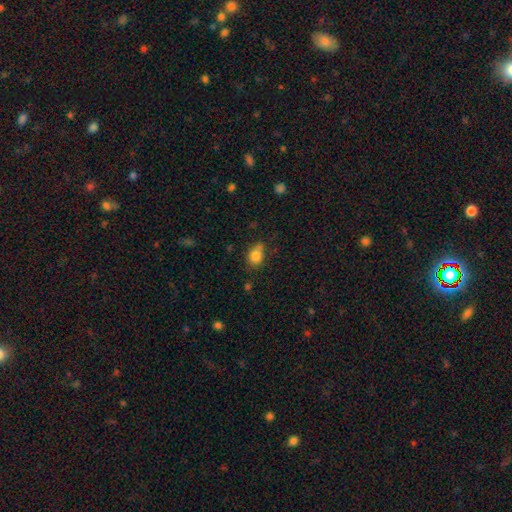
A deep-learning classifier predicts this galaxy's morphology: This appears to be a smooth galaxy with no disk features (83%) that is in between round and cigar-shaped (54%). Merging: none (58%).